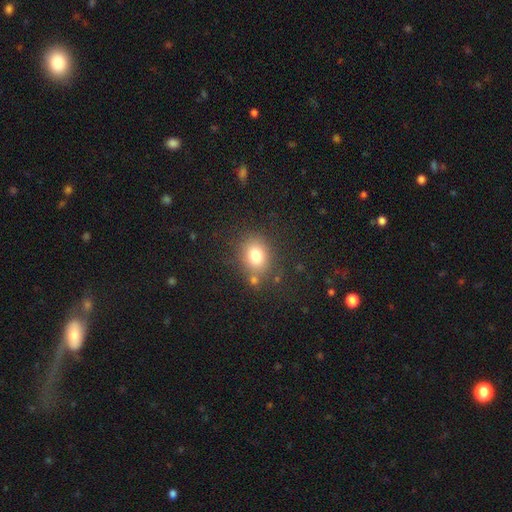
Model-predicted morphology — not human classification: The model was most divided on "how rounded": round: 54%, in between: 45%, cigar-shaped: 1%. More confident: smooth or featured — smooth (79%); merging — none (75%).